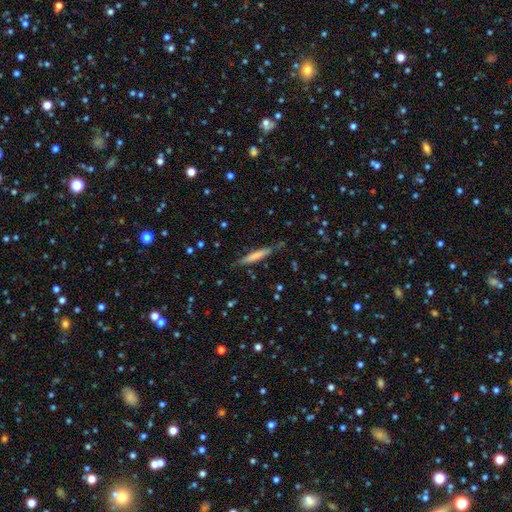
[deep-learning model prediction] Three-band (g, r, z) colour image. It shows a smooth galaxy with no disk features (67%) that is cigar-shaped (92%). Merging: none (79%).